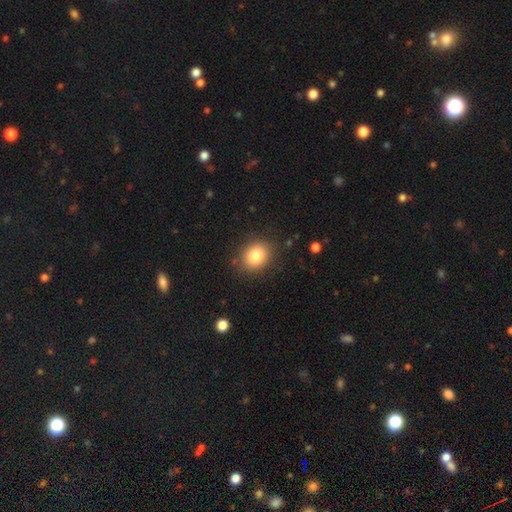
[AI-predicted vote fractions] This is clearly a smooth galaxy (83%). How rounded: likely round (60%). Merging: clearly none (85%).